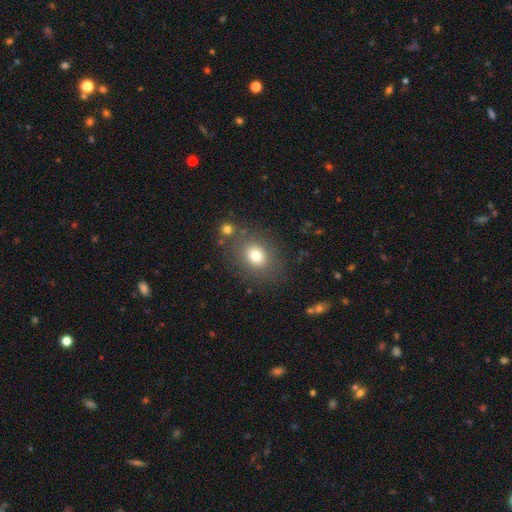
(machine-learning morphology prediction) Q: Smooth or featured?
A: smooth (77%); runner-up: star or artifact (12%)
Q: How rounded?
A: round (51%); runner-up: in between (49%)
Q: Merging?
A: none (78%); runner-up: minor disturbance (11%)